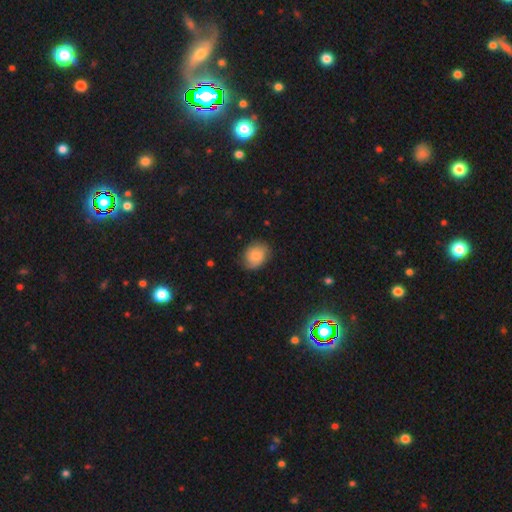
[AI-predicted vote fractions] The model was most divided on "how rounded": in between: 52%, round: 47%, cigar-shaped: 1%. More confident: merging — none (75%); smooth or featured — smooth (74%).